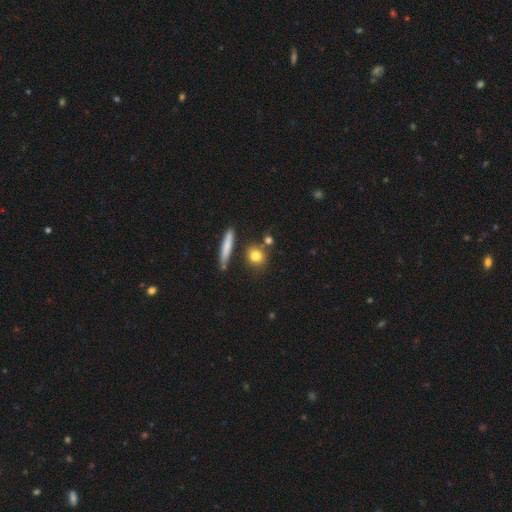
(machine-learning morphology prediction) smooth_or_featured: smooth (p=0.78) [alt: featured or disk p=0.11]
how_rounded: round (p=0.65) [alt: in between p=0.22]
merging: none (p=0.73) [alt: merger p=0.12]